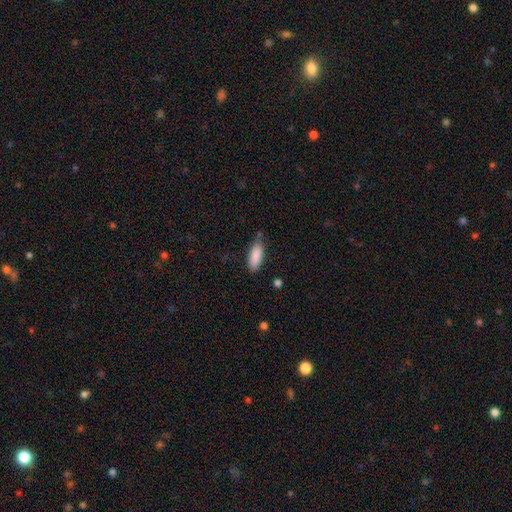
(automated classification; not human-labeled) Q: Smooth or featured?
A: smooth (87%); runner-up: star or artifact (6%)
Q: How rounded?
A: in between (68%); runner-up: cigar-shaped (30%)
Q: Merging?
A: none (70%); runner-up: minor disturbance (22%)